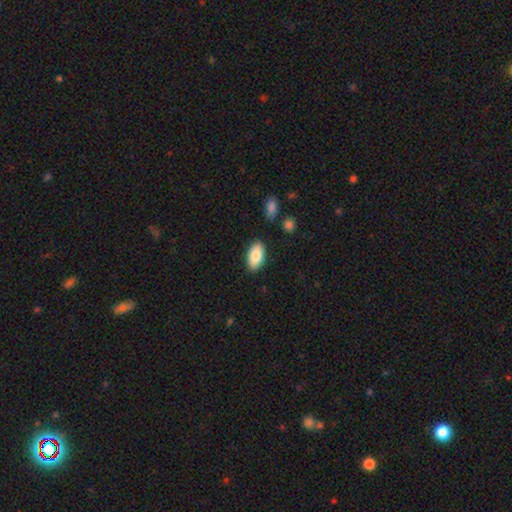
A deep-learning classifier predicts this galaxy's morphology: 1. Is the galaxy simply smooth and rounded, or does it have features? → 84% smooth, 10% featured or disk, 6% star or artifact.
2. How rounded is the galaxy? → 94% in between, 3% round, 3% cigar-shaped.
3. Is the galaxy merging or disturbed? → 87% none, 9% minor disturbance, 2% major disturbance, 2% merger.